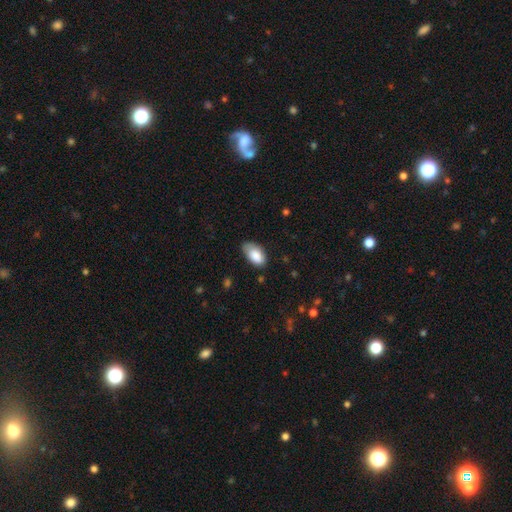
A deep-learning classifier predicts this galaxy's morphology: Smooth or featured: smooth — 85% (featured or disk — 8%)
How rounded: in between — 94% (round — 4%)
Merging: none — 60% (minor disturbance — 31%)